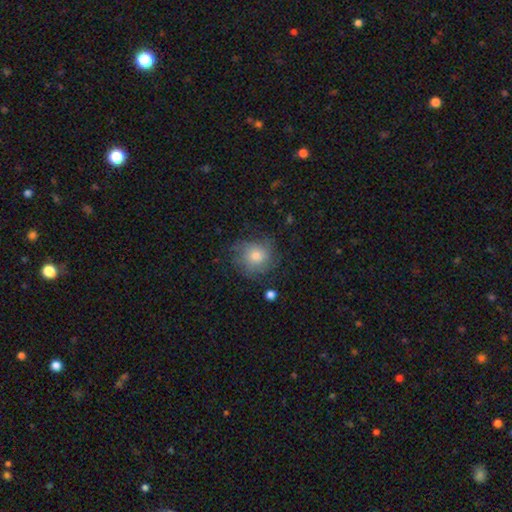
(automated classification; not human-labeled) smooth-or-featured: smooth: 61% | featured or disk: 28% | star or artifact: 11%
  how-rounded: round: 84% | in between: 15% | cigar-shaped: 1%
  merging: none: 67% | minor disturbance: 21% | major disturbance: 10% | merger: 2%